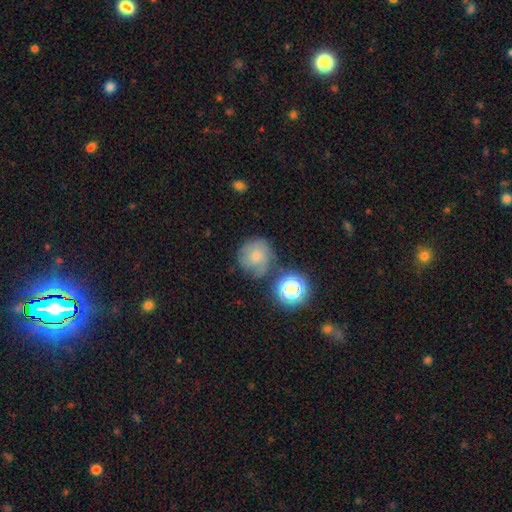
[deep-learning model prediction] Morphology: type=smooth (43%); merging=none (60%).